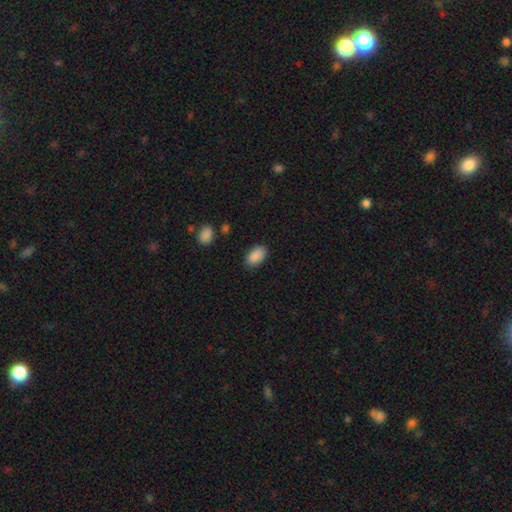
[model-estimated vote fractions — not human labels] smooth_or_featured: smooth (p=0.90) [alt: star or artifact p=0.07]
how_rounded: in between (p=0.93) [alt: round p=0.06]
merging: none (p=0.86) [alt: minor disturbance p=0.10]